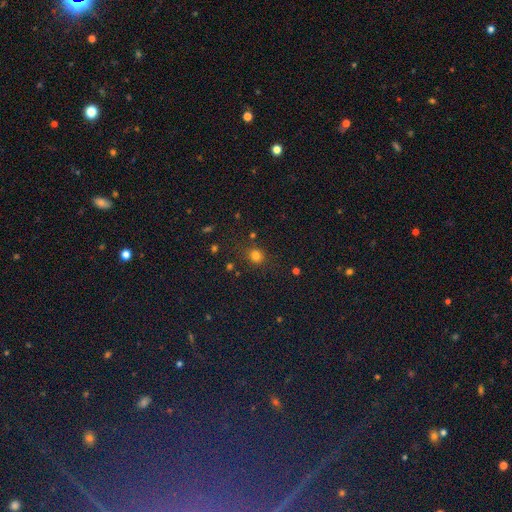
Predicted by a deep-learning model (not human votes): Overall: smooth (76%). How rounded: round (80%). Merging: none (80%).